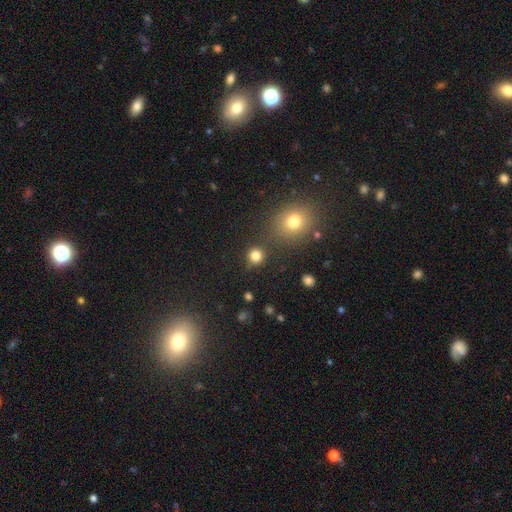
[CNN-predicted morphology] Smooth or featured: smooth — 81% (star or artifact — 14%)
How rounded: round — 89% (in between — 10%)
Merging: none — 79% (minor disturbance — 10%)